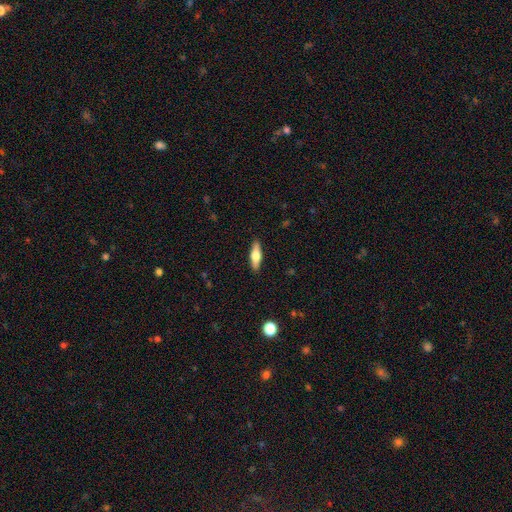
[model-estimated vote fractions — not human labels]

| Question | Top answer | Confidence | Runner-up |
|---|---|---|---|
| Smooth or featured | smooth | 59% | featured or disk (35%) |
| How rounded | cigar-shaped | 54% | in between (44%) |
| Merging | none | 89% | minor disturbance (8%) |